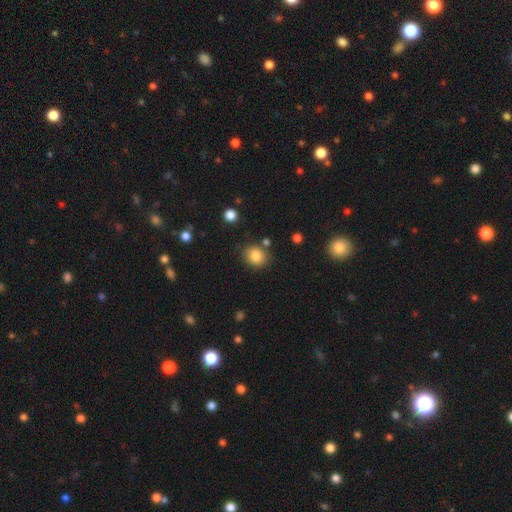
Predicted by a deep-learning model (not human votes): Morphology: type=smooth (84%); roundness=round (69%); merging=none (79%).